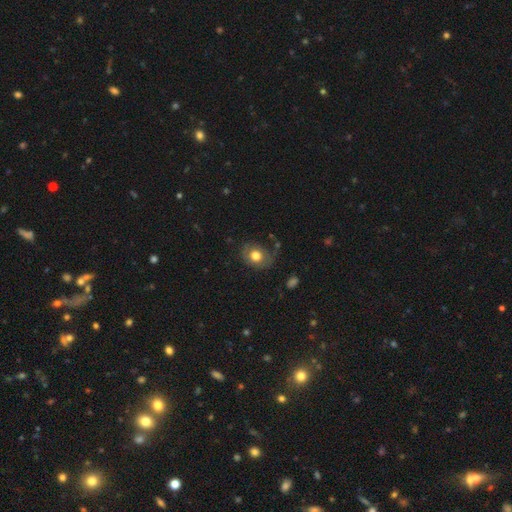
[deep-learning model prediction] Overall: smooth (70%). How rounded: round (59%; in between 40%). Merging: none (68%).